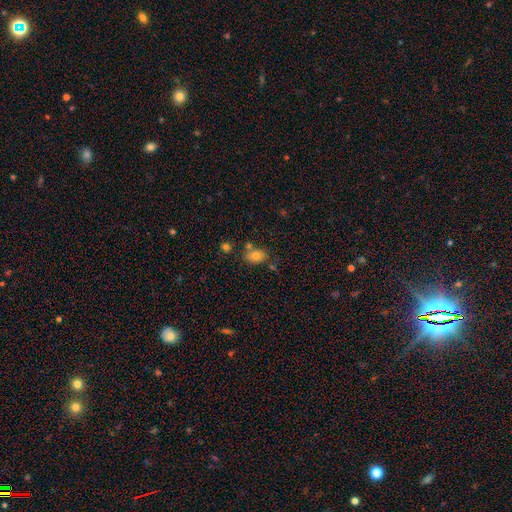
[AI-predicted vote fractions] smooth 77%, featured or disk 13%, star or artifact 10%. Down the decision tree: how rounded — in between (77%); merging — none (67%).